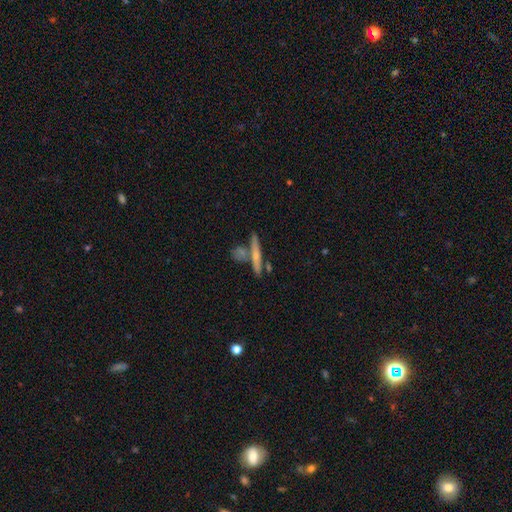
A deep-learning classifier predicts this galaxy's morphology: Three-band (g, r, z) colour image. It shows a featured or disk galaxy (47%). Merging: none (69%).